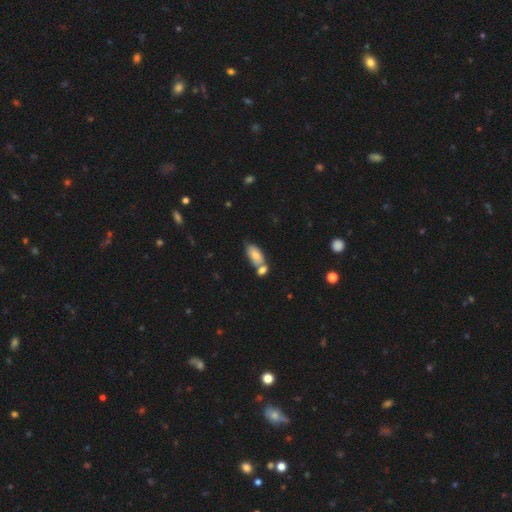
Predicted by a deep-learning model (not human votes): A smooth galaxy with no disk features (75%) that is in between round and cigar-shaped (90%). Merging: merger (43%).